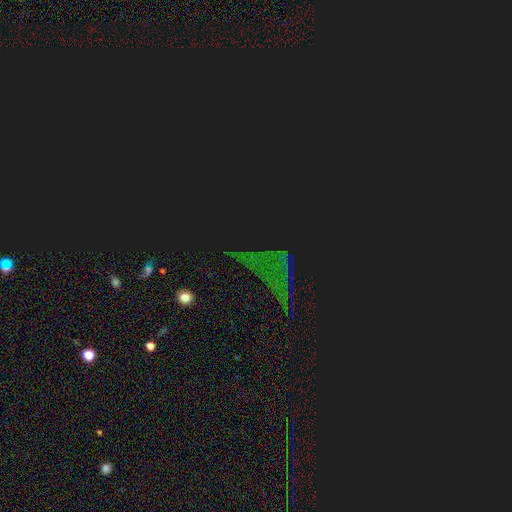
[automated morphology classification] type=star or artifact (78%).